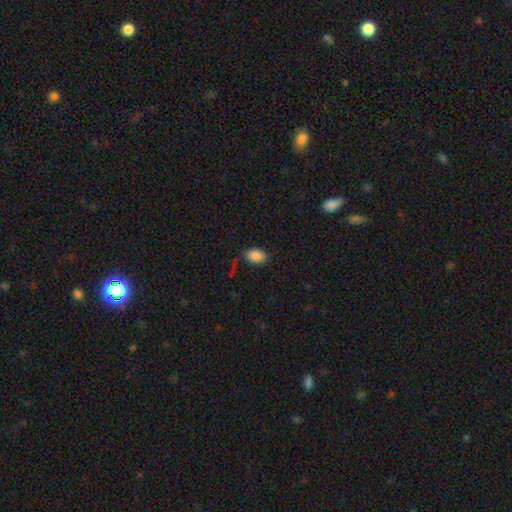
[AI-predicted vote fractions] The model was most divided on "merging": none: 79%, minor disturbance: 14%, major disturbance: 4%, merger: 3%. More confident: how rounded — in between (90%); smooth or featured — smooth (87%).